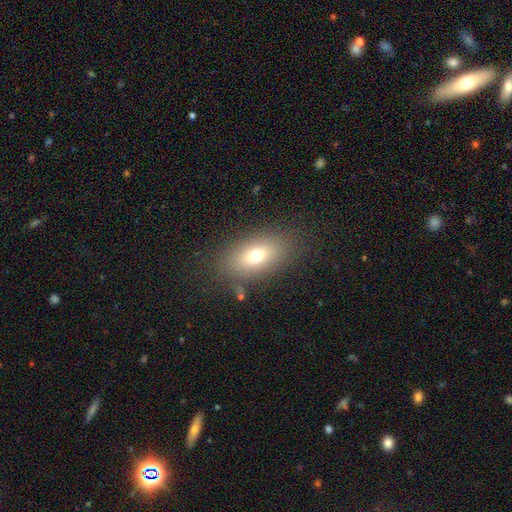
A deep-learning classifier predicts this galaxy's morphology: The model was most divided on "smooth or featured": smooth: 71%, featured or disk: 17%, star or artifact: 12%. More confident: how rounded — in between (85%); merging — none (82%).